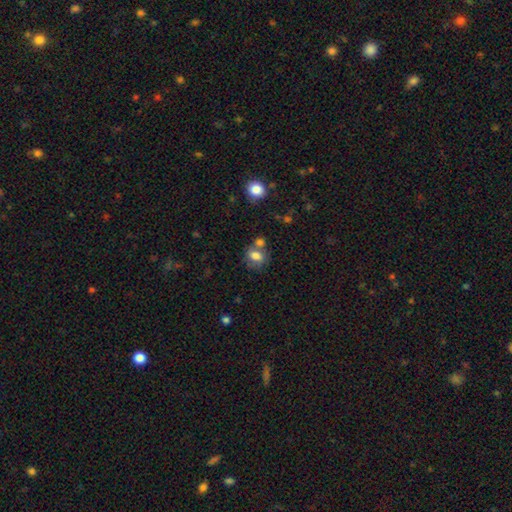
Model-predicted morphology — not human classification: smooth_or_featured: smooth (p=0.77) [alt: featured or disk p=0.13]
how_rounded: in between (p=0.55) [alt: round p=0.44]
merging: none (p=0.52) [alt: merger p=0.27]